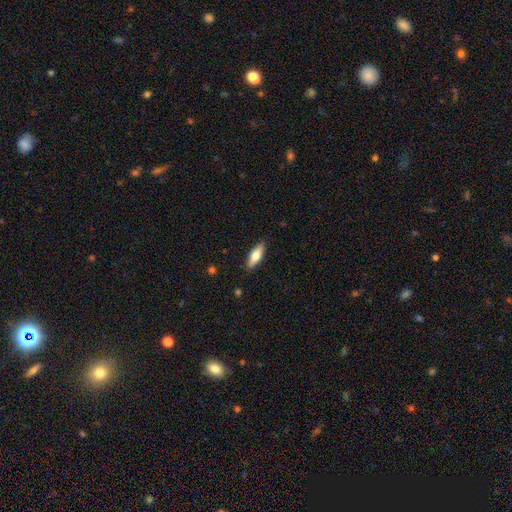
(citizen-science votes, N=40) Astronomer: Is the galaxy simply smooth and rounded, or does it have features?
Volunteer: smooth — 68%.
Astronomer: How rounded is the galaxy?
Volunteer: in between — 52% (runner-up: cigar-shaped, 48%).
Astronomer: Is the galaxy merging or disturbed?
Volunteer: none — 95%.